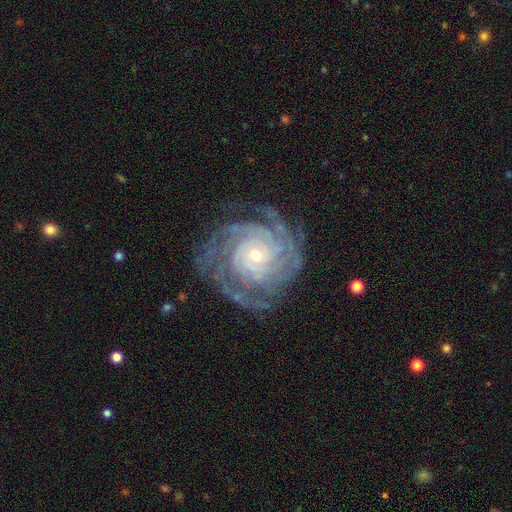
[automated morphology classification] This is clearly a featured or disk galaxy (90%). It is clearly not viewed edge-on (97%). Bar: likely no (77%). Spiral arm pattern: clearly yes (98%). Spiral arm count: marginally 4 (28%). Spiral winding: clearly tight (81%). Central bulge: likely small (73%). Merging: likely none (76%).